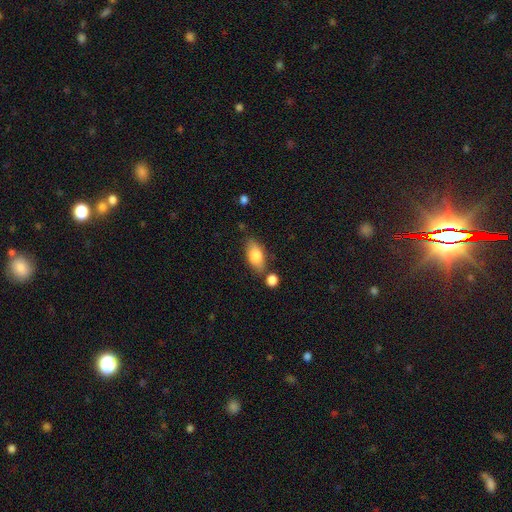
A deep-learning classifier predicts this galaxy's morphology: type=smooth (81%); roundness=in between (88%); merging=none (68%).